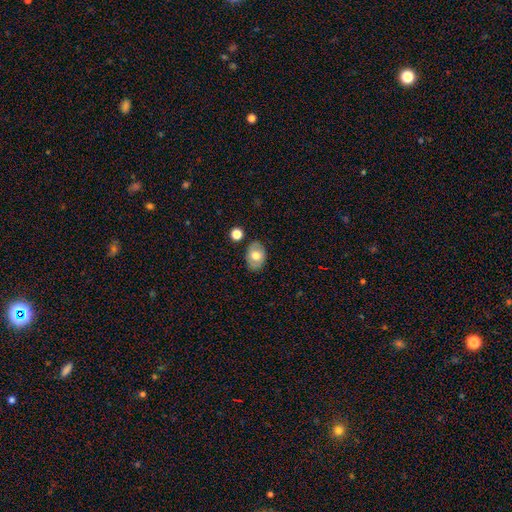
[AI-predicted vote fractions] Q: Smooth or featured?
A: smooth (65%); runner-up: featured or disk (27%)
Q: How rounded?
A: in between (77%); runner-up: round (22%)
Q: Merging?
A: none (80%); runner-up: minor disturbance (13%)